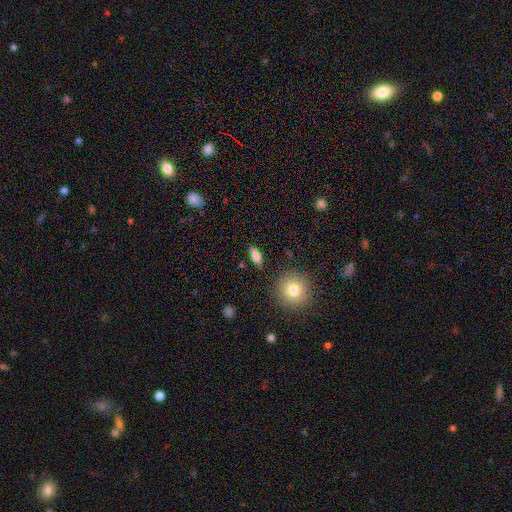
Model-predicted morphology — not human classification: smooth_or_featured: smooth (p=0.79) [alt: featured or disk p=0.13]
how_rounded: in between (p=0.70) [alt: cigar-shaped p=0.25]
merging: none (p=0.88) [alt: minor disturbance p=0.08]